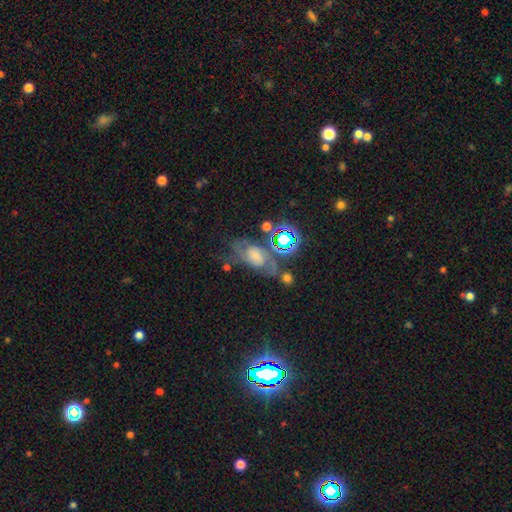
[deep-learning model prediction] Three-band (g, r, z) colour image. It shows a featured or disk galaxy (57%) with no bar (55%), spiral arms (88%) and a large central bulge (26%). Merging: none (47%).